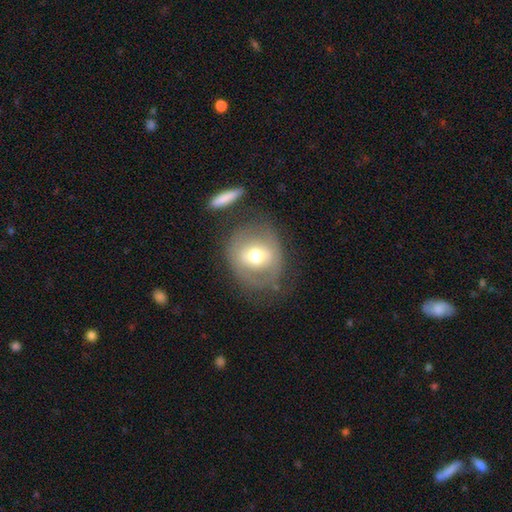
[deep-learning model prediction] Smooth or featured?
  - smooth: 46% * (tied)
  - featured or disk: 46% * (tied)
  - star or artifact: 8%
Merging?
  - none: 63% *
  - minor disturbance: 19%
  - major disturbance: 12%
  - merger: 5%